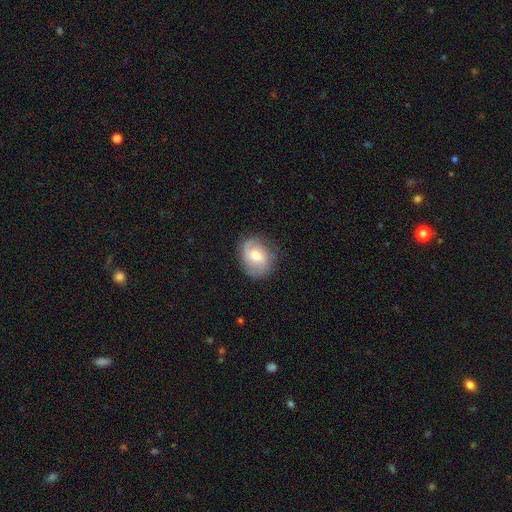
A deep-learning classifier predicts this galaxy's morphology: Smooth or featured? Predicted: featured or disk (p=0.53). Edge-on disk? Predicted: no (p=0.97). Bar? Predicted: no (p=0.46). Spiral arms? Predicted: yes (p=0.86). Bulge size? Predicted: moderate (p=0.54). Merging? Predicted: none (p=0.74).